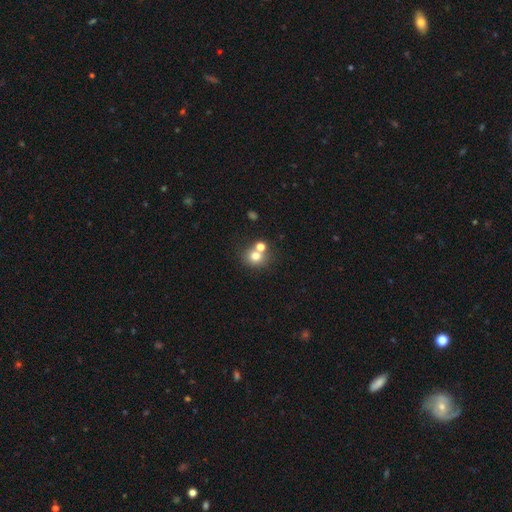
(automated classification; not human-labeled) Smooth or featured?
  - smooth: 73% *
  - star or artifact: 14%
  - featured or disk: 12%
How rounded?
  - round: 81% *
  - in between: 18%
  - cigar-shaped: 1%
Merging?
  - none: 54% *
  - merger: 35%
  - minor disturbance: 8%
  - major disturbance: 3%